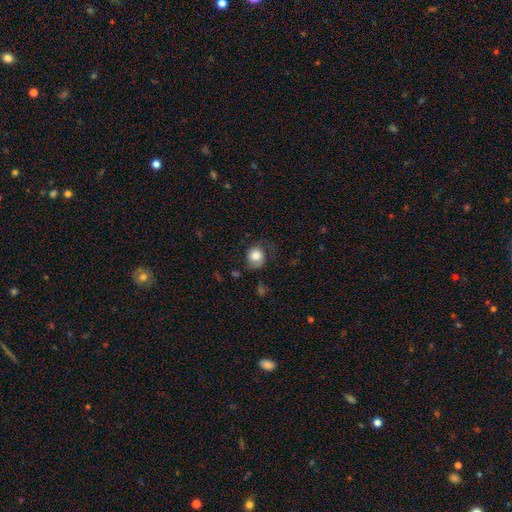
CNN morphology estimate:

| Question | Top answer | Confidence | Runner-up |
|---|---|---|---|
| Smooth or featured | smooth | 82% | featured or disk (10%) |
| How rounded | round | 81% | in between (18%) |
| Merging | none | 57% | minor disturbance (27%) |